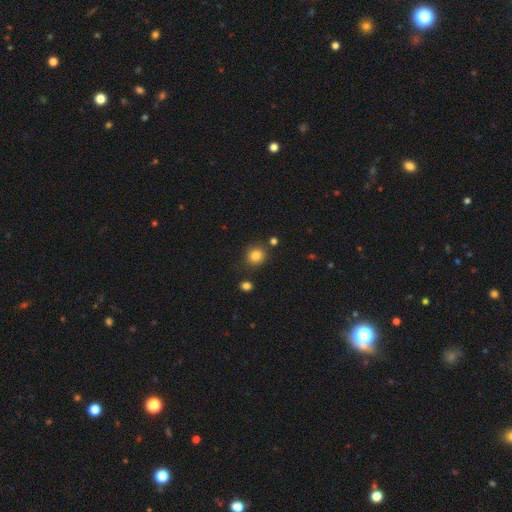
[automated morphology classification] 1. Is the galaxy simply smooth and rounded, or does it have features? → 83% smooth, 11% star or artifact, 6% featured or disk.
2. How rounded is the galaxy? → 85% round, 14% in between, 1% cigar-shaped.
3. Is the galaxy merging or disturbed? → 83% none, 9% minor disturbance, 5% merger, 3% major disturbance.